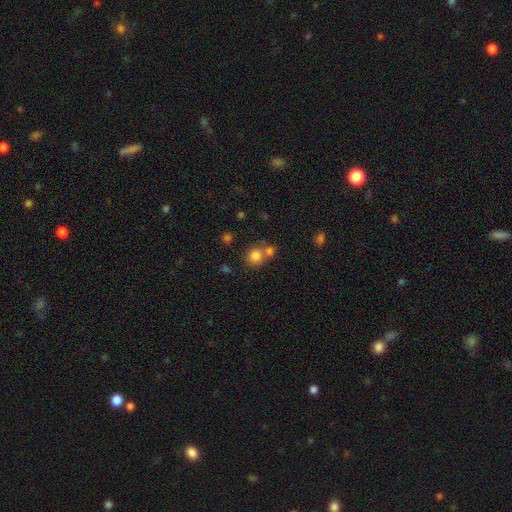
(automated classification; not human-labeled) Overall: smooth (81%). How rounded: round (86%). Merging: none (51%; merger 37%).